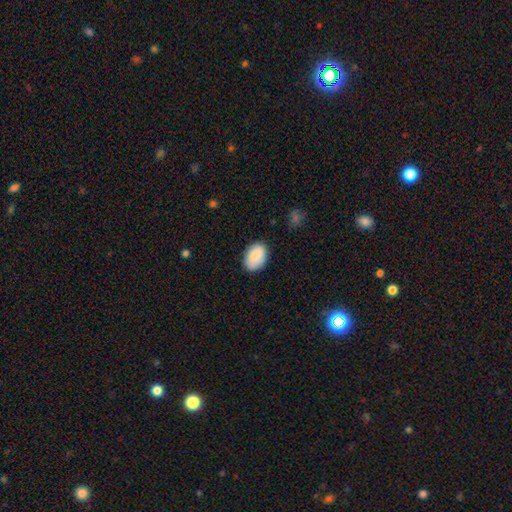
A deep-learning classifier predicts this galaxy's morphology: This appears to be a smooth galaxy with no disk features (80%) that is in between round and cigar-shaped (83%). Merging: none (79%).